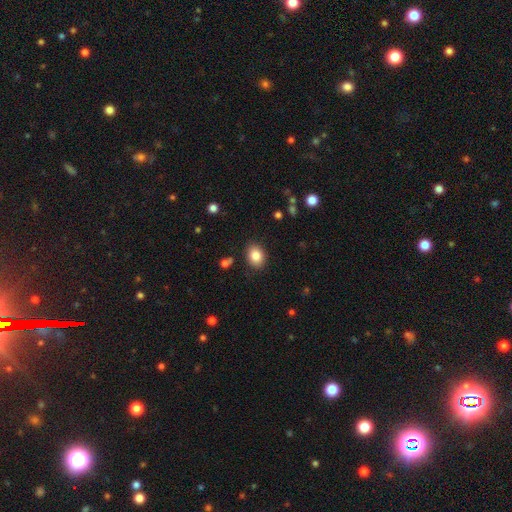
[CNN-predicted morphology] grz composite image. It shows a smooth galaxy with no disk features (85%) that is in between round and cigar-shaped (61%). Merging: none (87%).